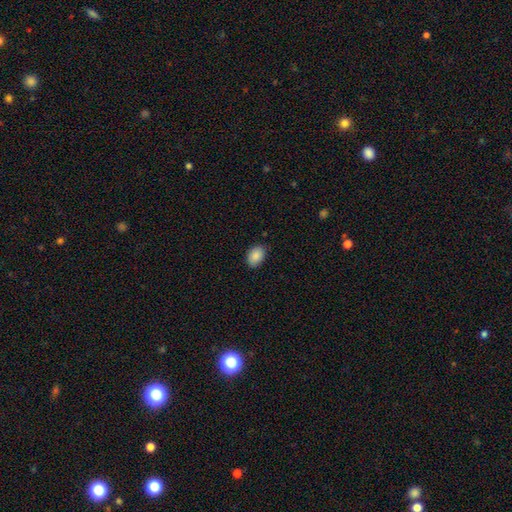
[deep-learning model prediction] This appears to be a smooth galaxy with no disk features (89%) that is in between round and cigar-shaped (85%). Merging: none (84%).